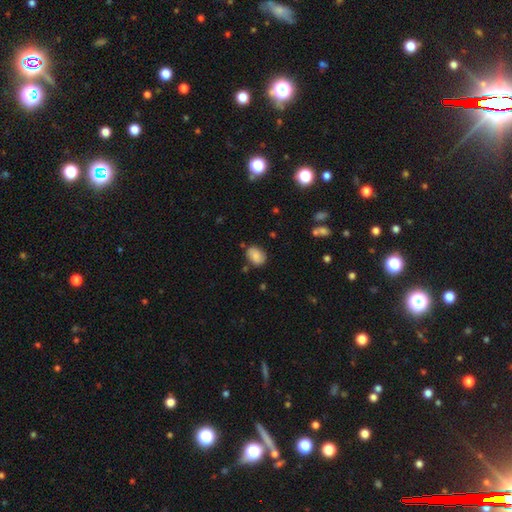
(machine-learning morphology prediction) The model was most divided on "how rounded": in between: 70%, round: 28%, cigar-shaped: 1%. More confident: smooth or featured — smooth (75%); merging — none (74%).